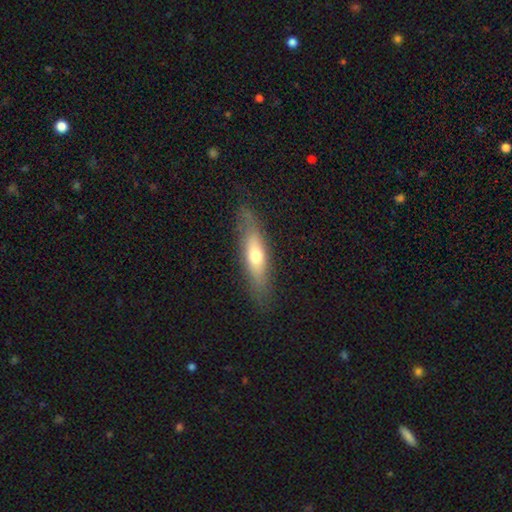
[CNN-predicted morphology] smooth-or-featured: smooth: 54% | featured or disk: 39% | star or artifact: 6%
  how-rounded: cigar-shaped: 60% | in between: 37% | round: 3%
  merging: none: 80% | minor disturbance: 14% | major disturbance: 5% | merger: 1%